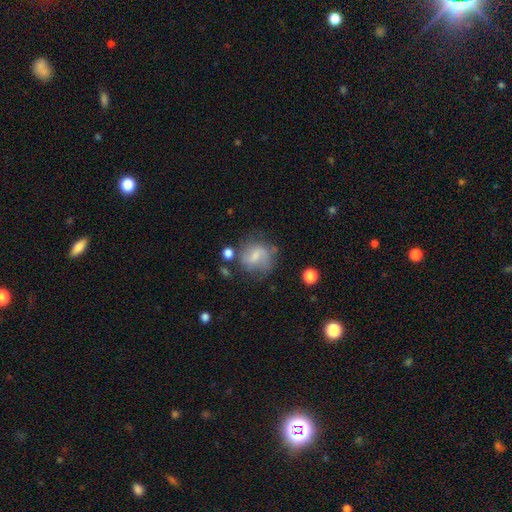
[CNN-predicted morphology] Smooth or featured? featured or disk (46%)
Merging? none (56%)